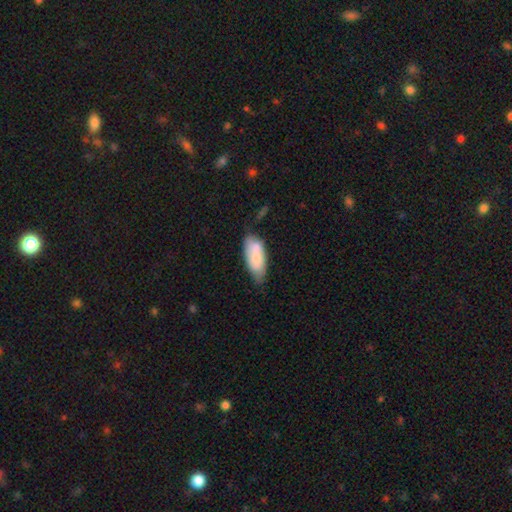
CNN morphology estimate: Smooth or featured? smooth (72%)
How rounded? in between (84%)
Merging? none (49%)